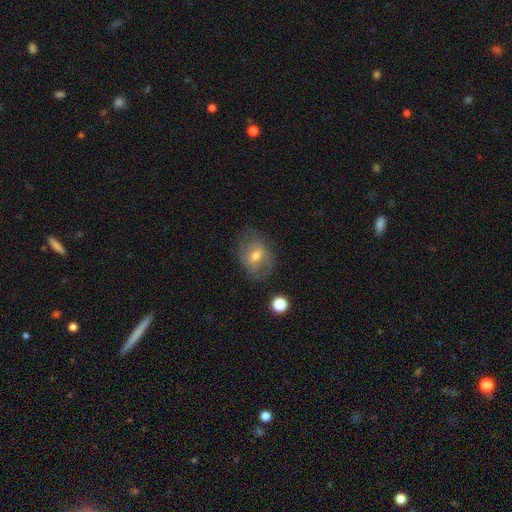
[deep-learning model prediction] A featured or disk galaxy (48%). Merging: none (66%).